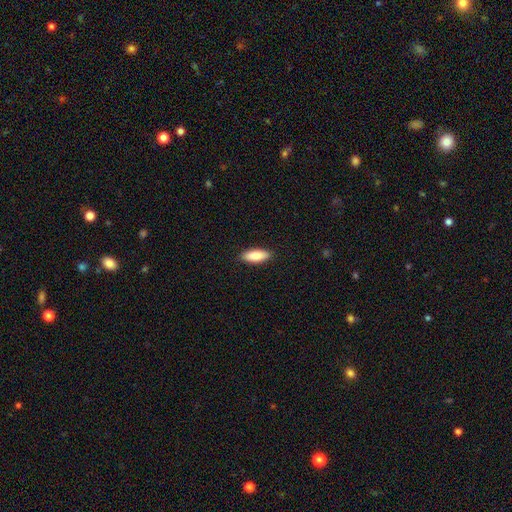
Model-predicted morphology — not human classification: Q: Smooth or featured?
A: smooth (84%); runner-up: featured or disk (10%)
Q: How rounded?
A: in between (72%); runner-up: cigar-shaped (26%)
Q: Merging?
A: none (90%); runner-up: minor disturbance (8%)